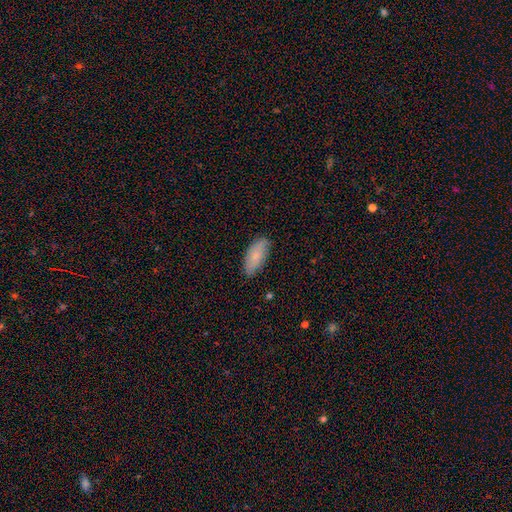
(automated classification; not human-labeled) This is likely a smooth galaxy (80%). How rounded: clearly in between (86%). Merging: clearly none (82%).